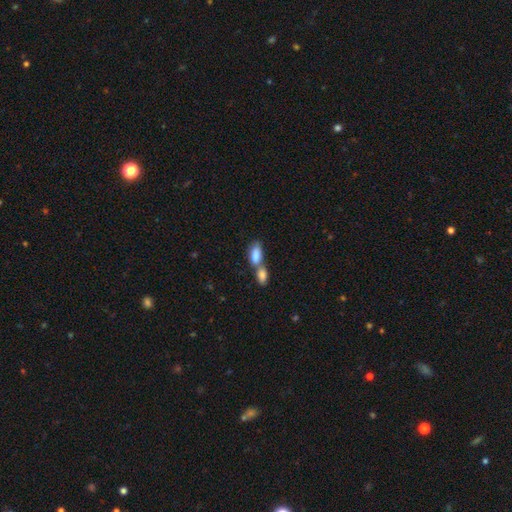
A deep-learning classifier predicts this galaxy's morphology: smooth 82%, featured or disk 11%, star or artifact 7%. Down the decision tree: how rounded — in between (86%); merging — merger (70%).